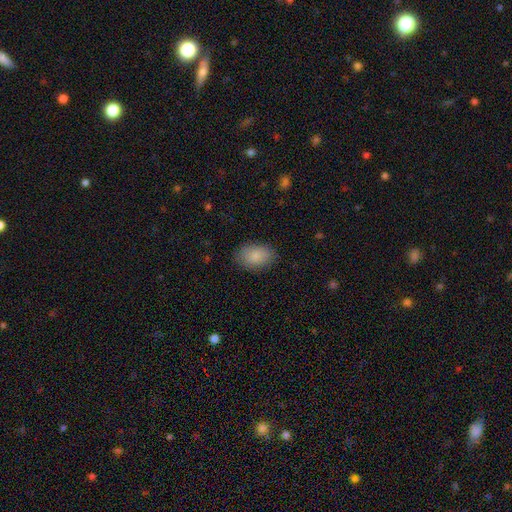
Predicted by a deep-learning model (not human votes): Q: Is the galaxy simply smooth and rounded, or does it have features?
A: smooth — 87%.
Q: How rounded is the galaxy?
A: in between — 88%.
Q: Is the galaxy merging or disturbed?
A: none — 84%.